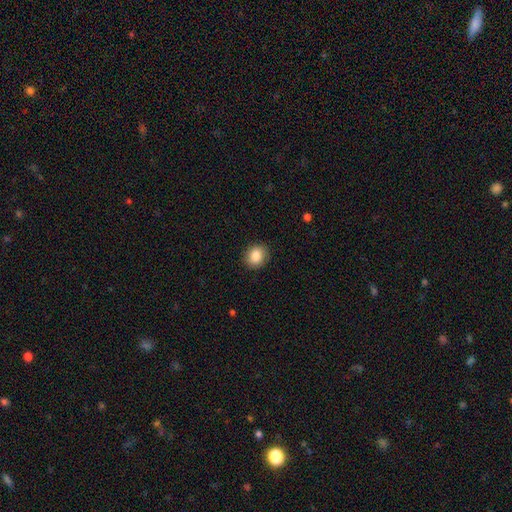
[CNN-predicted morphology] Smooth or featured? smooth (86%)
How rounded? round (67%)
Merging? none (89%)